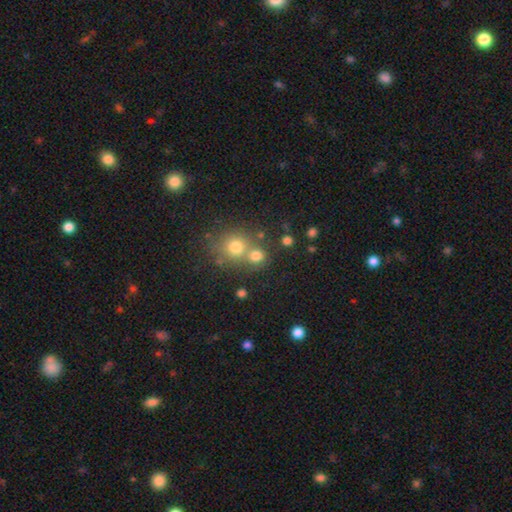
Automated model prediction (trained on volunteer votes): The model was most divided on "merging": none: 53%, merger: 36%, minor disturbance: 8%, major disturbance: 4%. More confident: how rounded — round (83%); smooth or featured — smooth (75%).